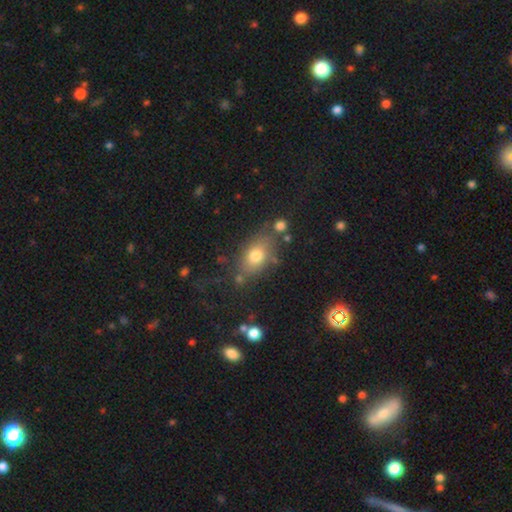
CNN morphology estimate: type=smooth (73%); roundness=in between (75%); merging=none (68%).